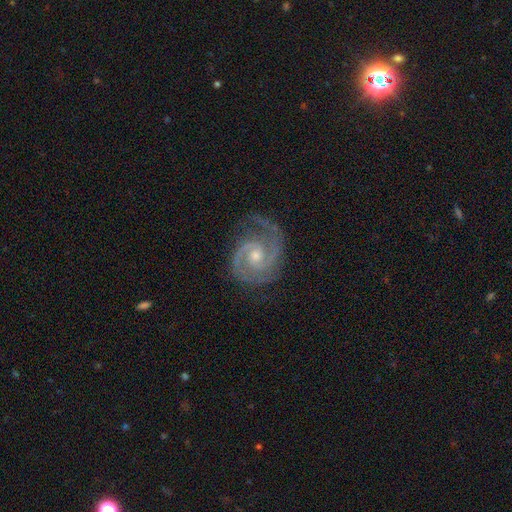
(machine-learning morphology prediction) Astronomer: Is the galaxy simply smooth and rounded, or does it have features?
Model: featured or disk — 93%.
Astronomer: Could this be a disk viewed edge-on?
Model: no — 98%.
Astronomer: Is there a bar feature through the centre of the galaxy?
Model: no — 62%.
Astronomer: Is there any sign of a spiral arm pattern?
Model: yes — 99%.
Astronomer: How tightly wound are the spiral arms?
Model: tight — 53% (runner-up: medium, 41%).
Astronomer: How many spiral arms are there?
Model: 2 — 79%.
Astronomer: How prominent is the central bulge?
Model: moderate — 53% (runner-up: small, 43%).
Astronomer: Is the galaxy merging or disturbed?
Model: none — 73%.